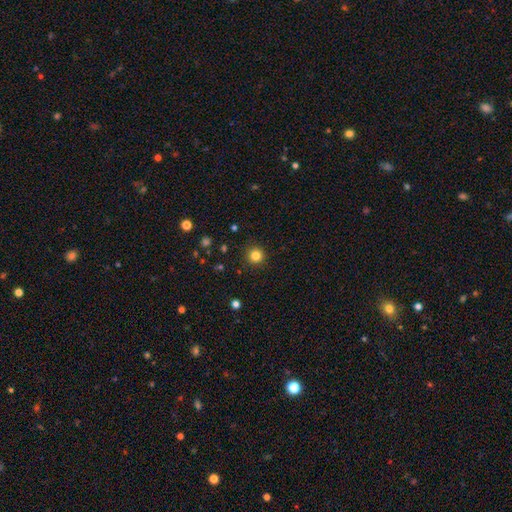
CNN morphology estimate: smooth_or_featured: smooth (p=0.82) [alt: star or artifact p=0.13]
how_rounded: round (p=0.95) [alt: in between p=0.04]
merging: none (p=0.91) [alt: minor disturbance p=0.06]